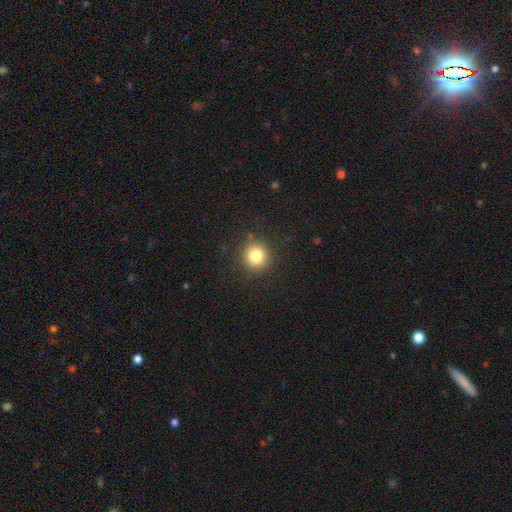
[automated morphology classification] Overall: smooth (81%). How rounded: round (93%). Merging: none (89%).